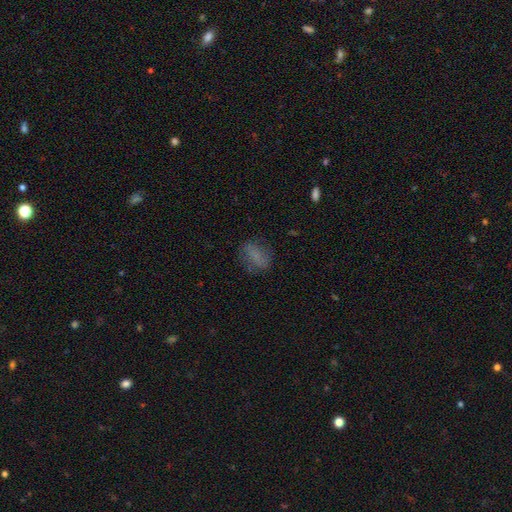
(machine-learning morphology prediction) Q: Smooth or featured?
A: smooth (66%); runner-up: featured or disk (21%)
Q: How rounded?
A: in between (73%); runner-up: round (22%)
Q: Merging?
A: none (69%); runner-up: minor disturbance (19%)